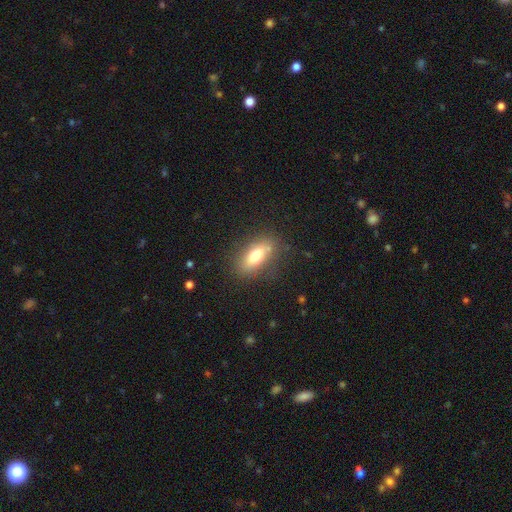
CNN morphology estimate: Overall: smooth (69%). How rounded: in between (77%). Merging: none (76%).